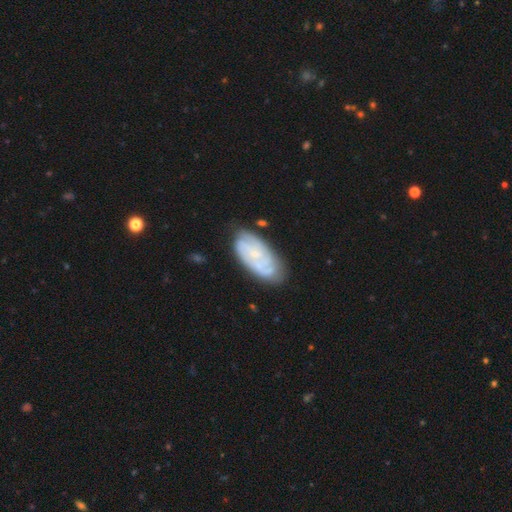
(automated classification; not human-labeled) featured or disk 72%, smooth 21%, star or artifact 6%. Down the decision tree: edge-on disk — no (95%); bar — no (66%); spiral arms — yes (88%); spiral arm count — can't tell (38%); spiral winding — tight (61%); bulge size — small (74%); merging — none (71%).